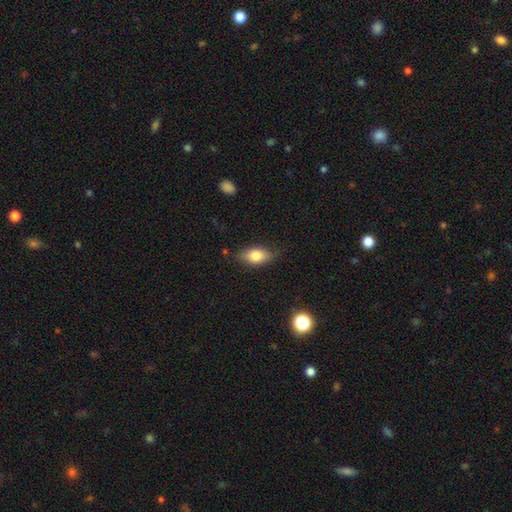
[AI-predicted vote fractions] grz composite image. It shows a smooth galaxy with no disk features (77%) that is in between round and cigar-shaped (86%). Merging: none (77%).